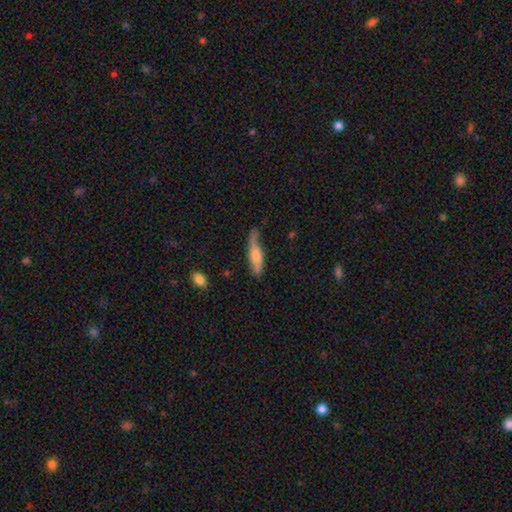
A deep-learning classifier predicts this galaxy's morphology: Overall: featured or disk (52%; smooth 42%). Edge-on disk: yes (59%; no 41%). Merging: none (59%; minor disturbance 29%).